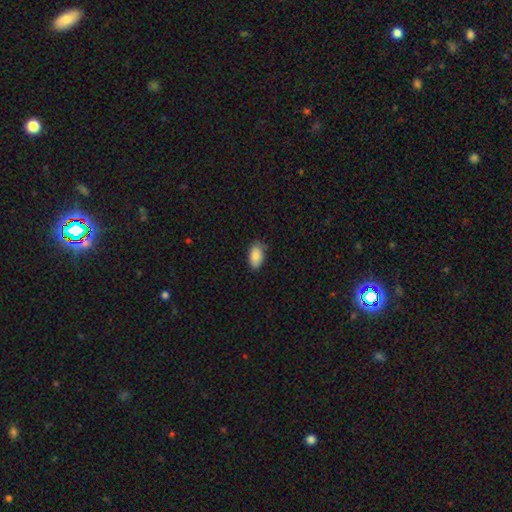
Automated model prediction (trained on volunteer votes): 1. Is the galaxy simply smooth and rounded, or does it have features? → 89% smooth, 7% star or artifact, 4% featured or disk.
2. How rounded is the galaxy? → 93% in between, 5% round, 2% cigar-shaped.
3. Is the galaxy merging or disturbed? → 77% none, 19% minor disturbance, 3% major disturbance, 1% merger.